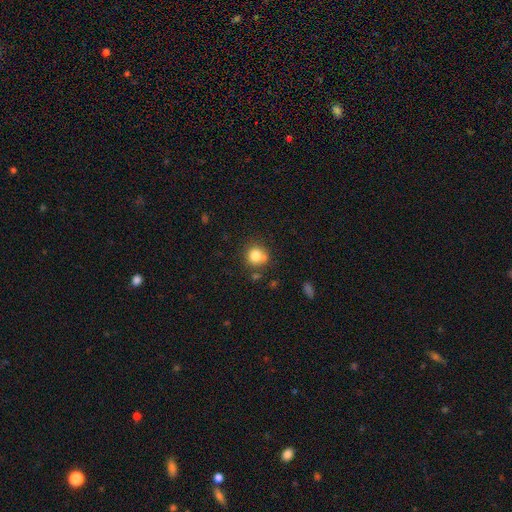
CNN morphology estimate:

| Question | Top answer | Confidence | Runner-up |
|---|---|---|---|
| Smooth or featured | smooth | 80% | star or artifact (11%) |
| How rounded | round | 89% | in between (10%) |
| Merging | none | 69% | minor disturbance (15%) |